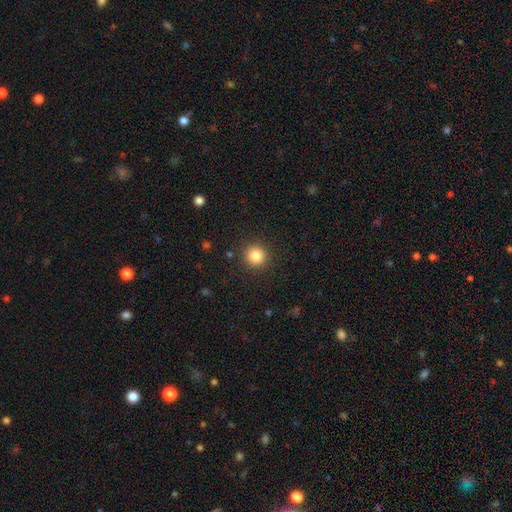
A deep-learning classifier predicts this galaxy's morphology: This is clearly a smooth galaxy (84%). How rounded: clearly round (94%). Merging: clearly none (90%).